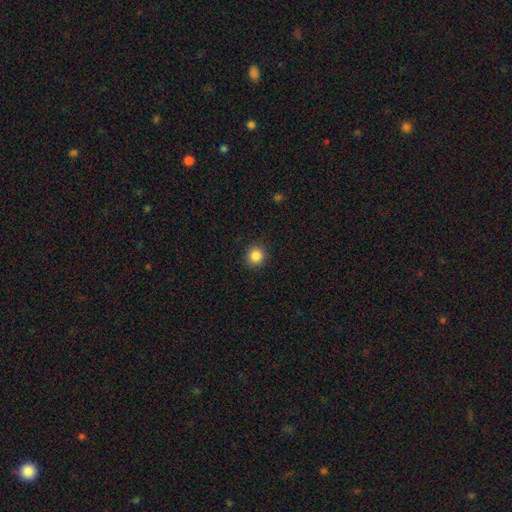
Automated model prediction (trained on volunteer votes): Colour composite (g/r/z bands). It shows a smooth galaxy with no disk features (86%) that is round (93%). Merging: none (92%).